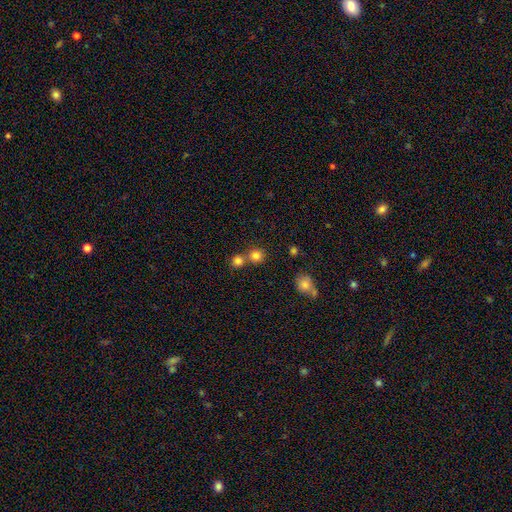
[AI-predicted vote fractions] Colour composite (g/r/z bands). It shows a smooth galaxy with no disk features (80%) that is round (90%). Merging: none (58%).